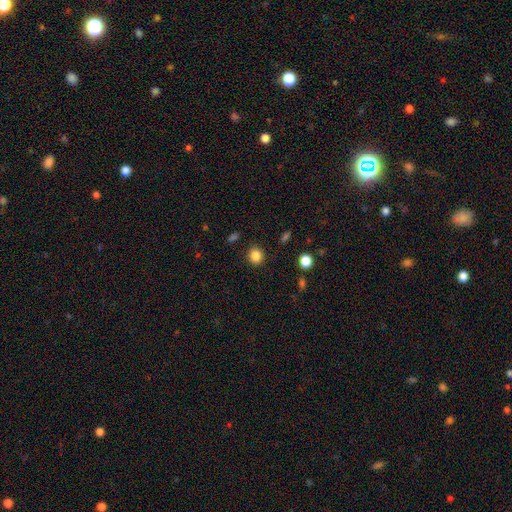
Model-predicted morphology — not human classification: This is clearly a smooth galaxy (85%). How rounded: clearly round (81%). Merging: clearly none (89%).